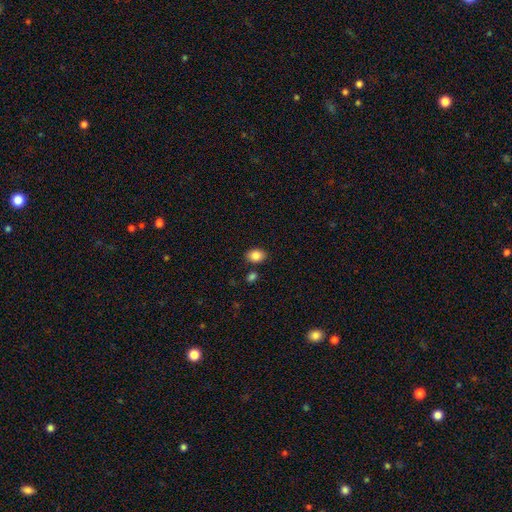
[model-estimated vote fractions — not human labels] smooth-or-featured: smooth: 86% | star or artifact: 8% | featured or disk: 6%
  how-rounded: in between: 70% | round: 29% | cigar-shaped: 1%
  merging: none: 83% | minor disturbance: 9% | merger: 5% | major disturbance: 2%